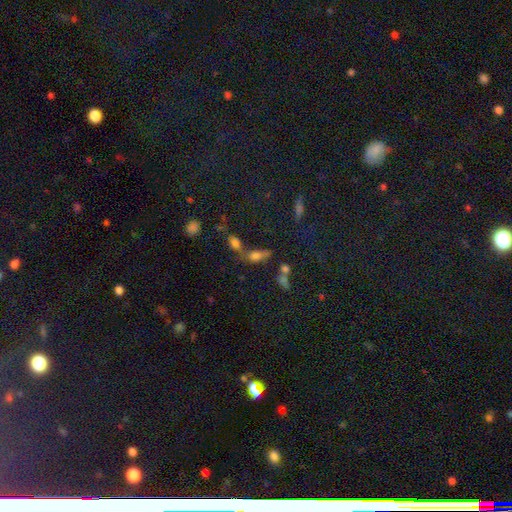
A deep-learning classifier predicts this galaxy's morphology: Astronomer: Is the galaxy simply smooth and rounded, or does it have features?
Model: smooth — 65%.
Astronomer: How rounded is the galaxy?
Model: in between — 71%.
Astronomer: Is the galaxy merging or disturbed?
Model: merger — 43% (runner-up: none, 35%).